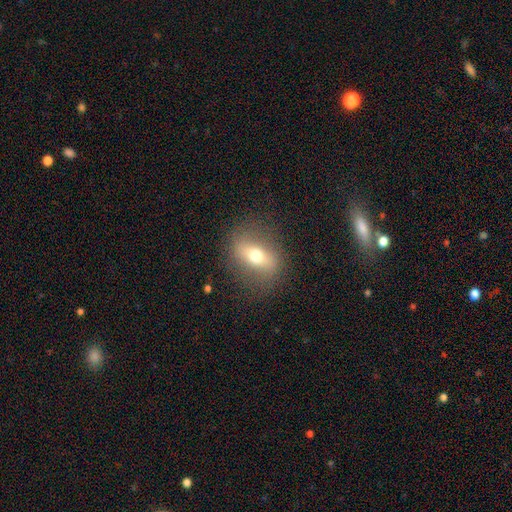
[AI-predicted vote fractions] Overall: smooth (47%; featured or disk 43%). Merging: none (82%).